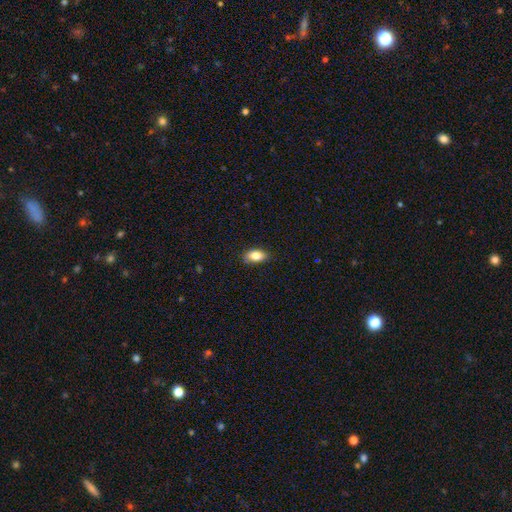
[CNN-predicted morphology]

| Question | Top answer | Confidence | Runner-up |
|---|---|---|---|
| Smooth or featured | smooth | 84% | featured or disk (9%) |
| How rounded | in between | 90% | round (7%) |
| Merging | none | 84% | minor disturbance (12%) |